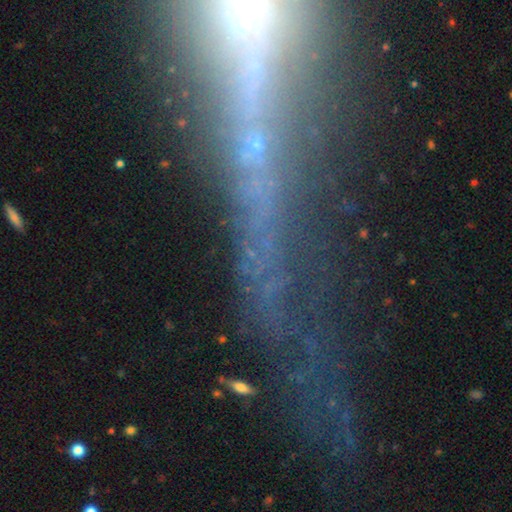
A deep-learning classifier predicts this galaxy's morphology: smooth-or-featured: featured or disk: 43% | star or artifact: 38% | smooth: 18%
  merging: none: 52% | major disturbance: 21% | minor disturbance: 16% | merger: 10%